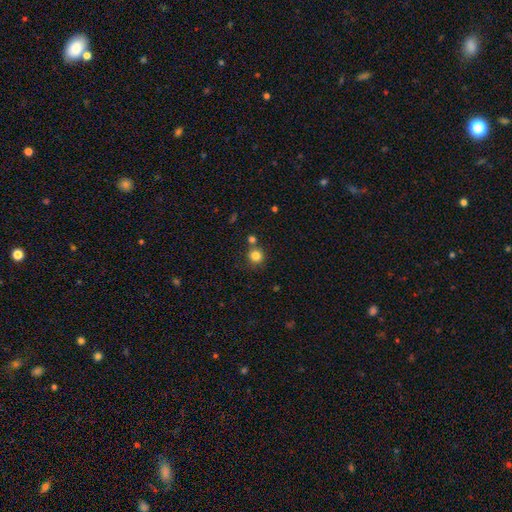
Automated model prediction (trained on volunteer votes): A smooth galaxy with no disk features (82%) that is round (92%). Merging: none (70%).